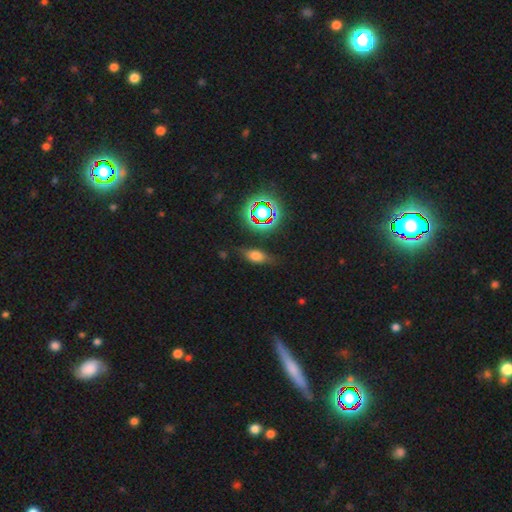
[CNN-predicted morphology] smooth-or-featured: smooth: 59% | star or artifact: 22% | featured or disk: 19%
  how-rounded: in between: 72% | cigar-shaped: 18% | round: 10%
  merging: none: 74% | minor disturbance: 18% | major disturbance: 6% | merger: 3%